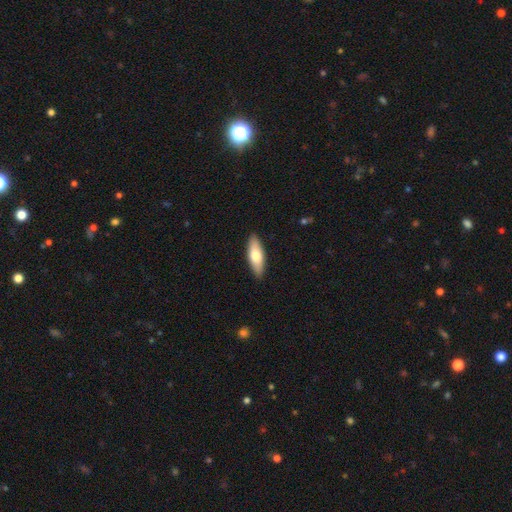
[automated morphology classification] The model was most divided on "how rounded": in between: 61%, cigar-shaped: 37%, round: 2%. More confident: merging — none (89%); smooth or featured — smooth (70%).